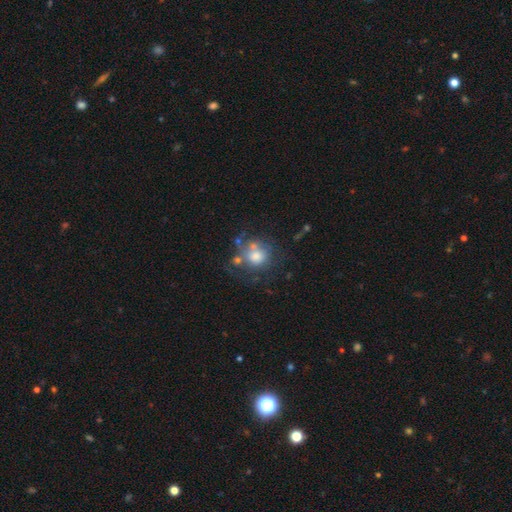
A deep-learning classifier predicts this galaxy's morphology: smooth-or-featured: smooth: 59% | featured or disk: 29% | star or artifact: 12%
  how-rounded: round: 80% | in between: 19% | cigar-shaped: 1%
  merging: none: 49% | minor disturbance: 19% | merger: 17% | major disturbance: 15%